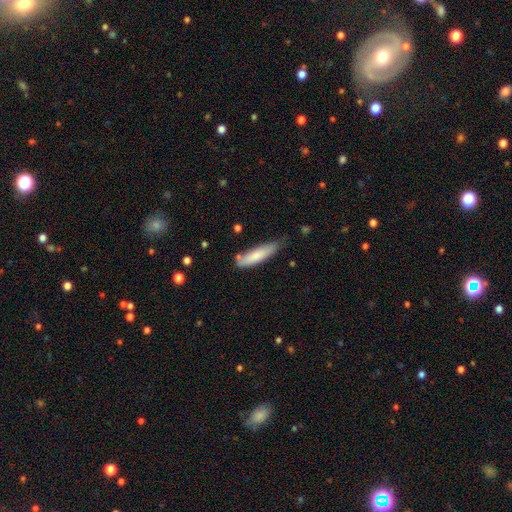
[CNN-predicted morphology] The model was most divided on "merging": none: 59%, minor disturbance: 32%, major disturbance: 5%, merger: 4%. More confident: smooth or featured — smooth (78%); how rounded — cigar-shaped (72%).